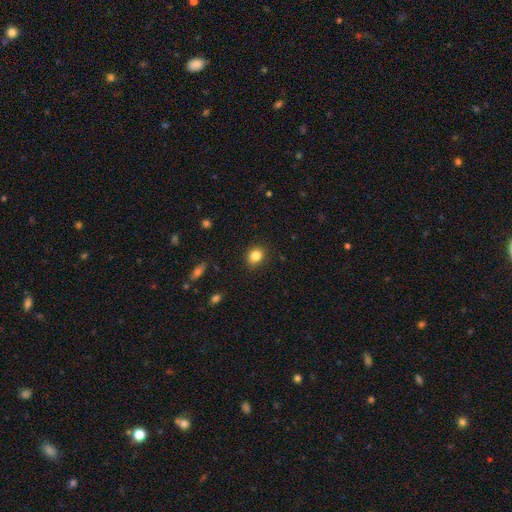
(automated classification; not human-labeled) Overall: smooth (84%). How rounded: round (67%; in between 32%). Merging: none (88%).